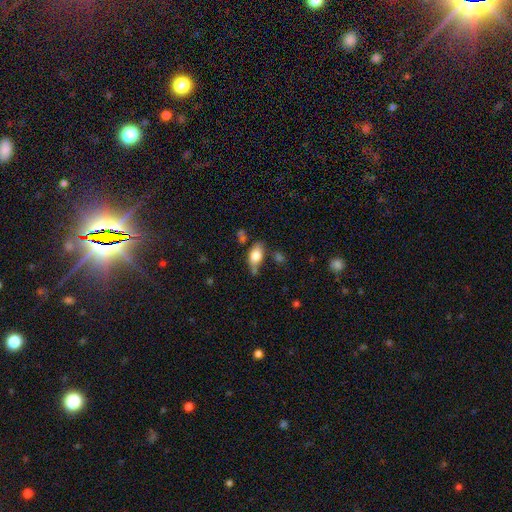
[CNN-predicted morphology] This is likely a smooth galaxy (70%). How rounded: clearly in between (85%). Merging: possibly none (52%).